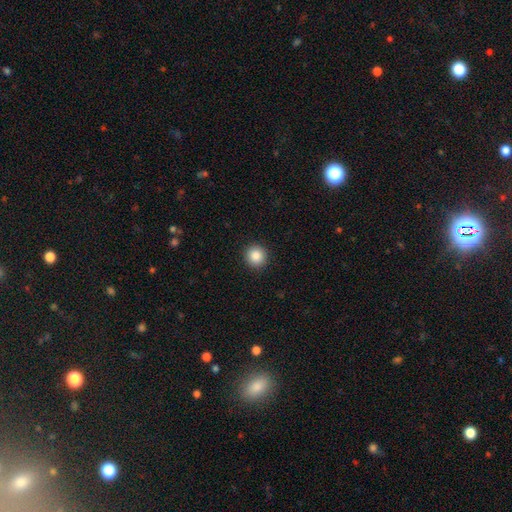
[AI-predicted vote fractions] The model was most divided on "smooth or featured": smooth: 87%, star or artifact: 9%, featured or disk: 4%. More confident: how rounded — round (93%); merging — none (92%).